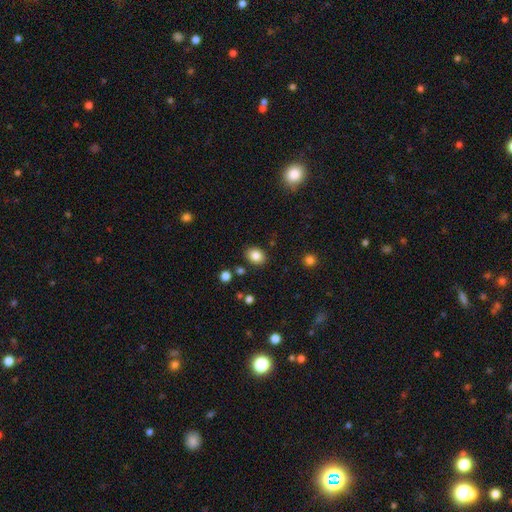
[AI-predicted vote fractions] A smooth galaxy with no disk features (84%) that is in between round and cigar-shaped (57%). Merging: none (85%).